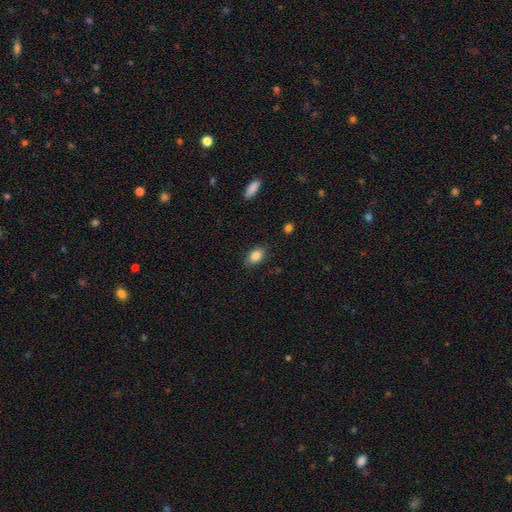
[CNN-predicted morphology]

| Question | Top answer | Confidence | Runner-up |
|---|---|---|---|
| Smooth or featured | smooth | 85% | star or artifact (8%) |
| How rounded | in between | 88% | round (10%) |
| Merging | none | 84% | minor disturbance (12%) |